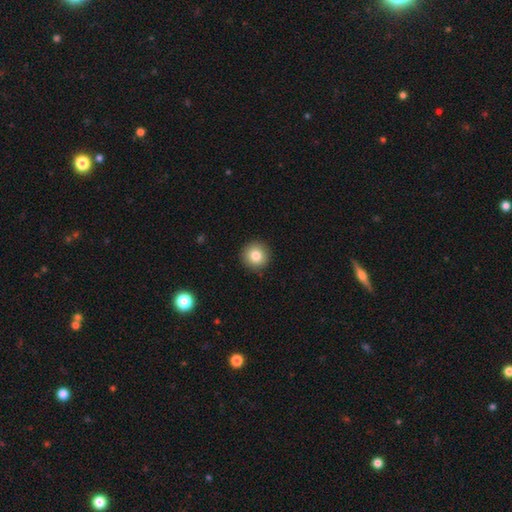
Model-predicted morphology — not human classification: Smooth or featured: smooth — 82% (star or artifact — 10%)
How rounded: round — 95% (in between — 4%)
Merging: none — 92% (minor disturbance — 6%)